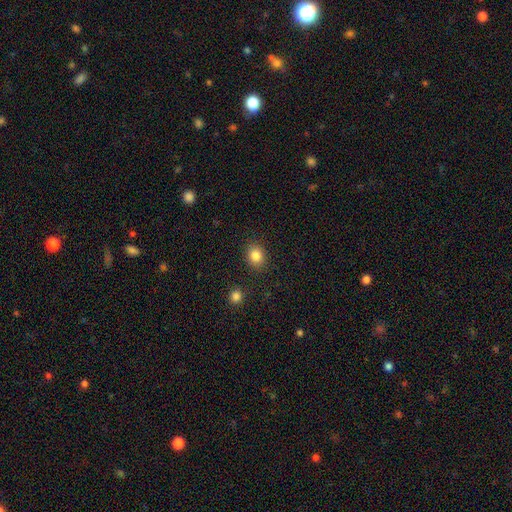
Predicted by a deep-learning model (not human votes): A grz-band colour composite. It shows a smooth galaxy with no disk features (85%) that is round (64%). Merging: none (87%).